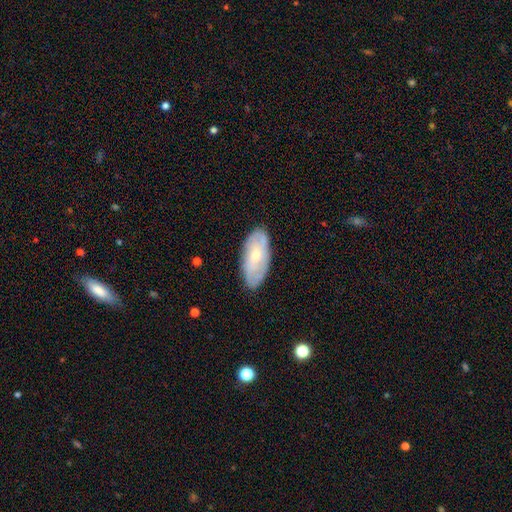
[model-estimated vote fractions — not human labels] featured or disk 55%, smooth 39%, star or artifact 6%. Down the decision tree: edge-on disk — no (89%); merging — none (82%).